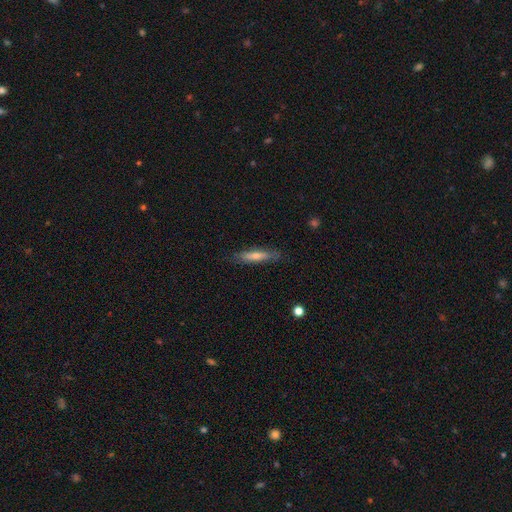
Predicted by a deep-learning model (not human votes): Overall: smooth (50%; featured or disk 43%). Merging: none (83%).